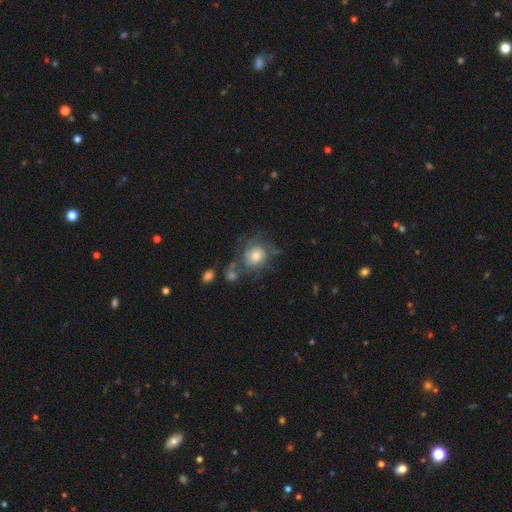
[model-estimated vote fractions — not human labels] featured or disk 58%, smooth 33%, star or artifact 10%. Down the decision tree: edge-on disk — no (97%); bar — no (79%); spiral arms — yes (76%); bulge size — moderate (52%); merging — none (47%).